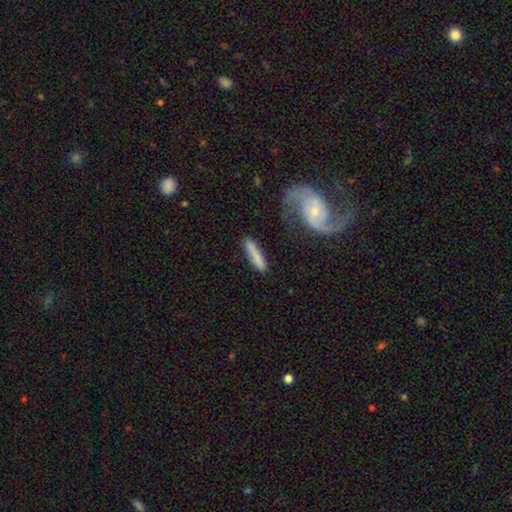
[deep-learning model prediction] Smooth or featured? smooth (70%)
How rounded? cigar-shaped (85%)
Merging? none (72%)